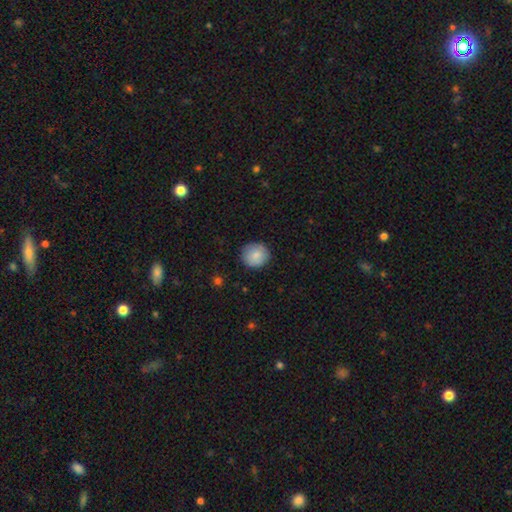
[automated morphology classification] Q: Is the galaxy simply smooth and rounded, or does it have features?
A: smooth — 86%.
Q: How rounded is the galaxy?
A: round — 90%.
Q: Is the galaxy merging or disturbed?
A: none — 88%.